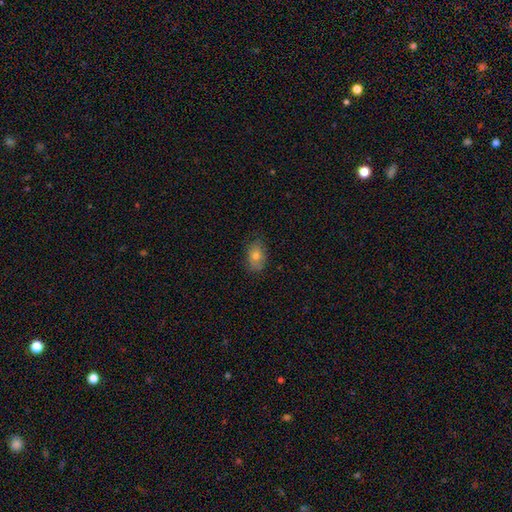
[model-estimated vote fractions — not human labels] The model was most divided on "smooth or featured": smooth: 67%, featured or disk: 21%, star or artifact: 11%. More confident: how rounded — in between (80%); merging — none (75%).